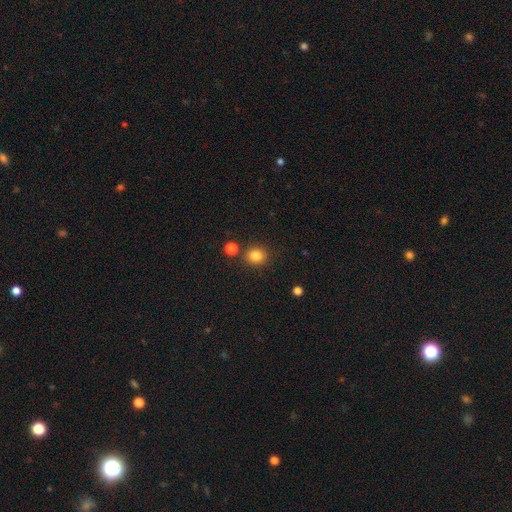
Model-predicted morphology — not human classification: Smooth or featured: smooth — 83% (star or artifact — 12%)
How rounded: round — 82% (in between — 18%)
Merging: none — 84% (minor disturbance — 8%)